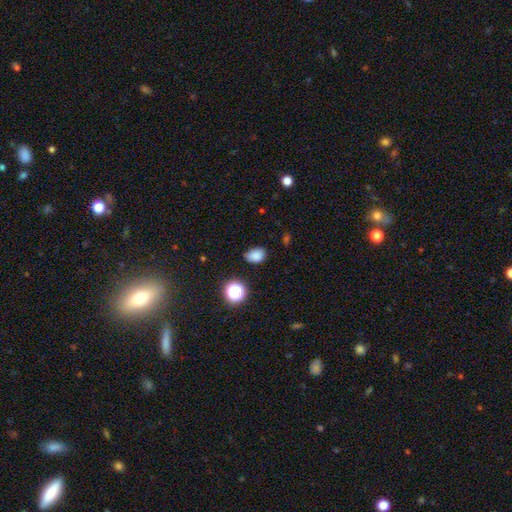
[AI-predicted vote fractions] The model was most divided on "how rounded": in between: 73%, round: 26%, cigar-shaped: 1%. More confident: smooth or featured — smooth (82%); merging — none (77%).